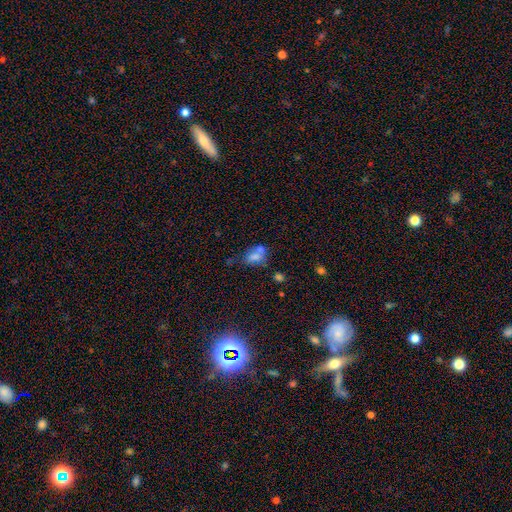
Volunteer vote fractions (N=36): A smooth galaxy with no disk features (89%) that is in between round and cigar-shaped (84%).

Vote fractions:
- Smooth or featured? smooth: 89% / featured or disk: 8% / star or artifact: 3%
- How rounded? in between: 84% / round: 12% / cigar-shaped: 3%
- Merging? merger: 63% / none: 20% / minor disturbance: 11% / major disturbance: 6%